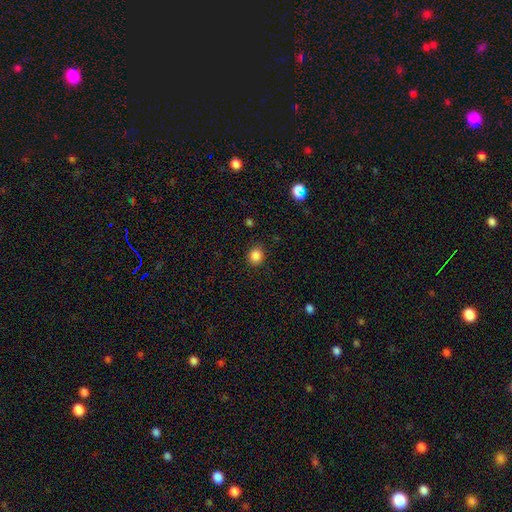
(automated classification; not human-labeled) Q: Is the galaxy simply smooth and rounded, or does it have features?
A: smooth — 86%.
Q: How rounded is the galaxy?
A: round — 81%.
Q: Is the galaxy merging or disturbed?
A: none — 87%.